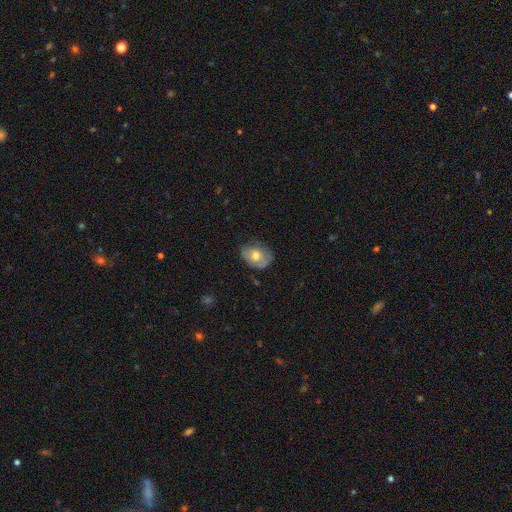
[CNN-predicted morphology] type=smooth (65%); roundness=in between (65%); merging=none (59%).